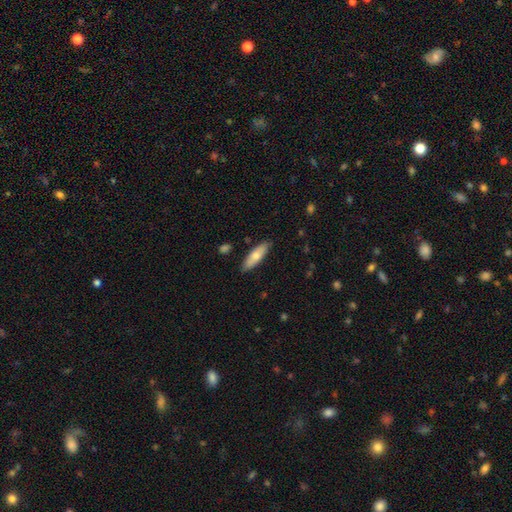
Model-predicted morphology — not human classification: smooth 68%, featured or disk 26%, star or artifact 6%. Down the decision tree: how rounded — cigar-shaped (50%); merging — none (86%).